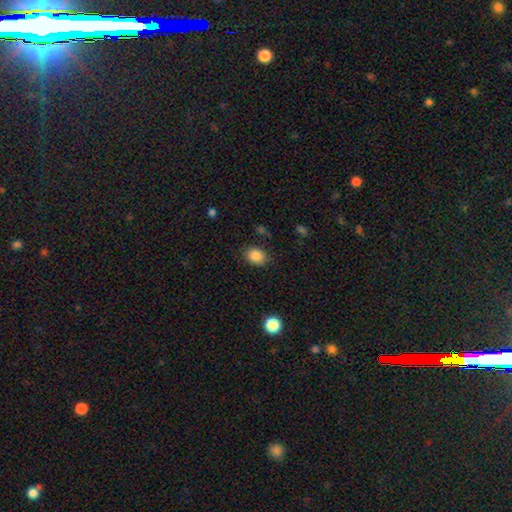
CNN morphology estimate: smooth-or-featured: smooth: 86% | star or artifact: 10% | featured or disk: 5%
  how-rounded: in between: 60% | round: 39% | cigar-shaped: 1%
  merging: none: 81% | minor disturbance: 13% | major disturbance: 4% | merger: 2%